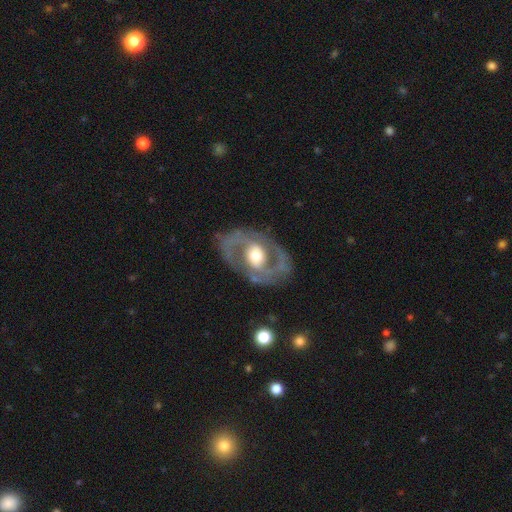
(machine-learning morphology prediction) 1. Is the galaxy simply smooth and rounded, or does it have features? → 82% featured or disk, 13% smooth, 5% star or artifact.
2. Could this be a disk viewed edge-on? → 96% no, 4% yes.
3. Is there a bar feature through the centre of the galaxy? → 46% no, 34% weak, 19% strong.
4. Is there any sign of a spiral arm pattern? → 77% yes, 23% no.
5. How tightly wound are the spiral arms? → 51% medium, 27% tight, 21% loose.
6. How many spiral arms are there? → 86% 2, 7% can't tell, 3% 1, 2% 3, 1% 4, 1% more than 4.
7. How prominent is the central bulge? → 64% moderate, 24% large, 9% small, 2% dominant, 1% none.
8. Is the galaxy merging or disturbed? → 77% none, 13% minor disturbance, 8% major disturbance, 2% merger.